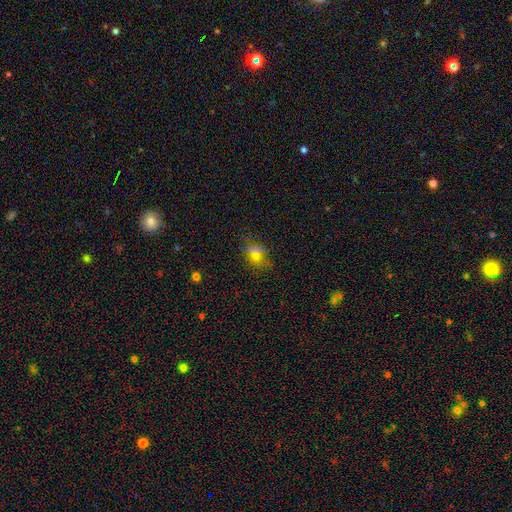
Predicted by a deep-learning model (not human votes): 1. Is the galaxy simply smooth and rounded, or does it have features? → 62% smooth, 27% star or artifact, 11% featured or disk.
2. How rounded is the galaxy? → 53% in between, 44% round, 3% cigar-shaped.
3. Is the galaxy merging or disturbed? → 68% none, 16% minor disturbance, 9% merger, 7% major disturbance.